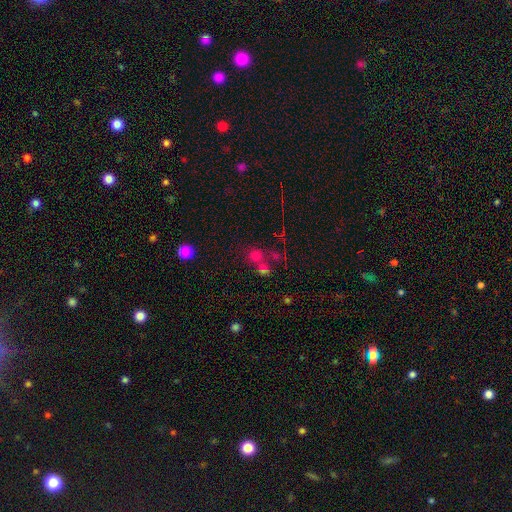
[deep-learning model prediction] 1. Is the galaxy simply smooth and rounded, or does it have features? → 63% smooth, 25% star or artifact, 12% featured or disk.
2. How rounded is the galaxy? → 78% round, 21% in between, 2% cigar-shaped.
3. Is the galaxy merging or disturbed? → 43% none, 42% merger, 9% minor disturbance, 6% major disturbance.